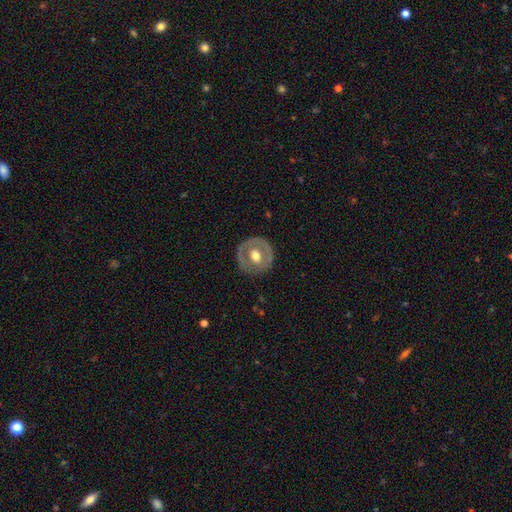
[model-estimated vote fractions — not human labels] Smooth or featured?
  - featured or disk: 51% *
  - smooth: 43%
  - star or artifact: 6%
Edge-on disk?
  - no: 94% *
  - yes: 6%
Merging?
  - none: 84% *
  - minor disturbance: 11%
  - major disturbance: 4%
  - merger: 1%